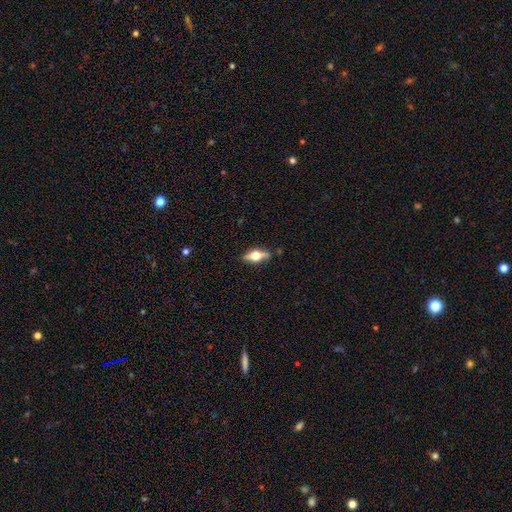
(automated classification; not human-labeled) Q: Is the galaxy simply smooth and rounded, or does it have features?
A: featured or disk — 56%.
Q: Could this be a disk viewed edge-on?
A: yes — 89%.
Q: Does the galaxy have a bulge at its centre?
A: rounded — 96%.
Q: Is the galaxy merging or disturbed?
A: none — 82%.